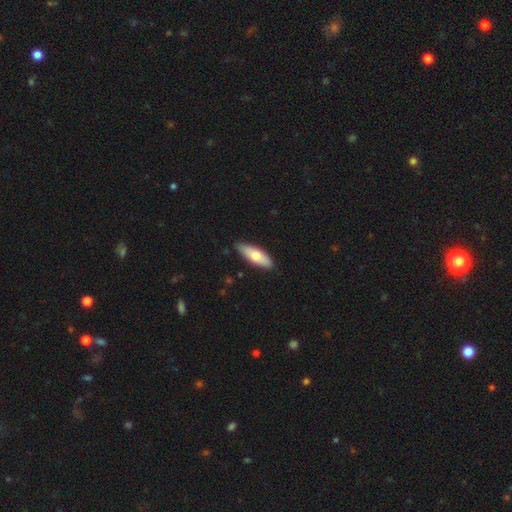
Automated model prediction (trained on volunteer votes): smooth 66%, featured or disk 28%, star or artifact 5%. Down the decision tree: how rounded — in between (65%); merging — none (84%).